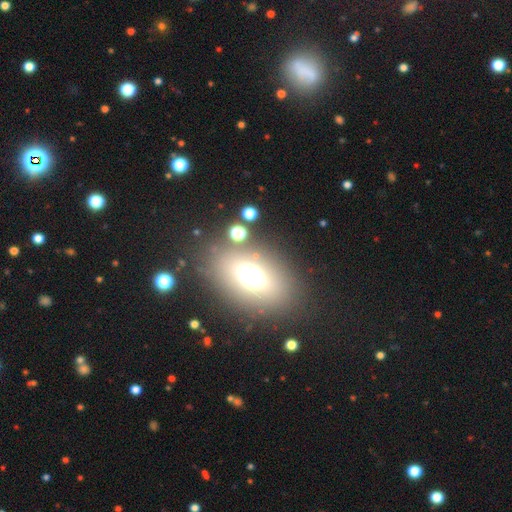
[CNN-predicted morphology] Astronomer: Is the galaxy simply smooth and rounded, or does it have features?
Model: smooth — 56%.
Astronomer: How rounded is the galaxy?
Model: in between — 83%.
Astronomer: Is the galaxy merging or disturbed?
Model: none — 81%.